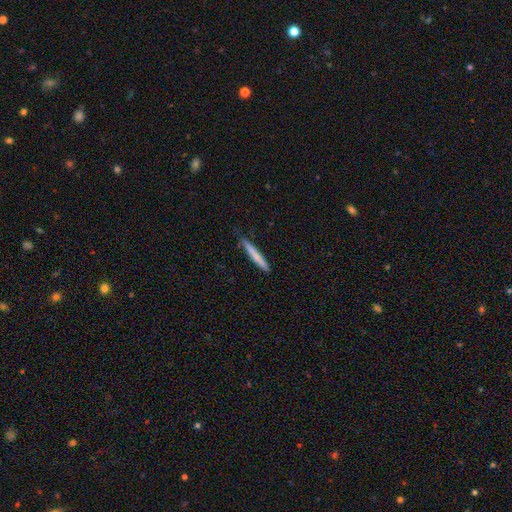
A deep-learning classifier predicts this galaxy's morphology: A smooth galaxy with no disk features (71%) that is cigar-shaped (96%). Merging: none (86%).